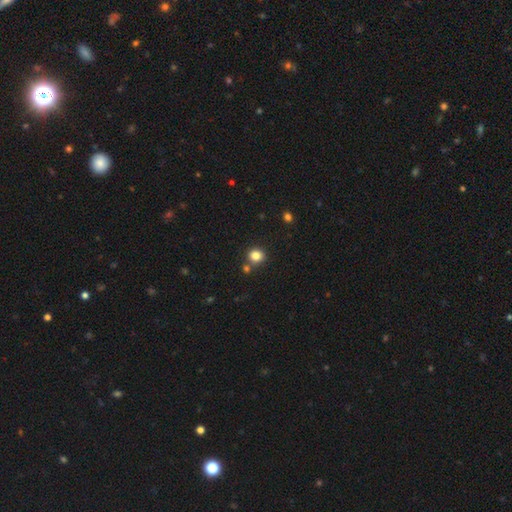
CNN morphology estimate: Smooth or featured: smooth — 83% (star or artifact — 12%)
How rounded: round — 83% (in between — 16%)
Merging: none — 74% (merger — 13%)